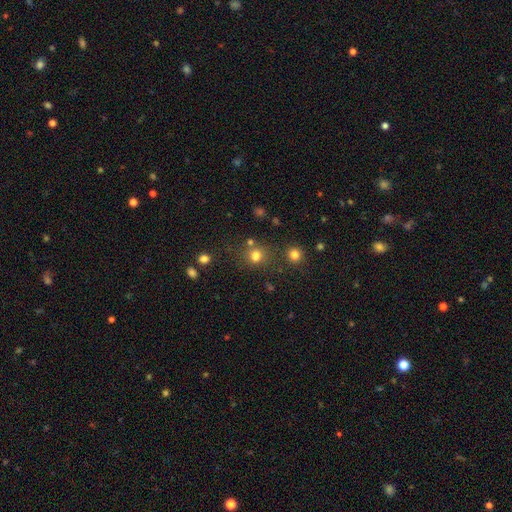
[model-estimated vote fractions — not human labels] This appears to be a smooth galaxy with no disk features (75%) that is round (81%). Merging: none (67%).